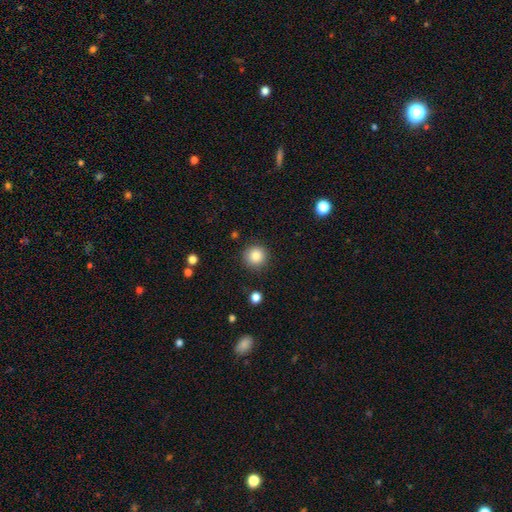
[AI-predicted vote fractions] Q: Smooth or featured?
A: smooth (86%); runner-up: star or artifact (10%)
Q: How rounded?
A: round (94%); runner-up: in between (5%)
Q: Merging?
A: none (89%); runner-up: minor disturbance (7%)